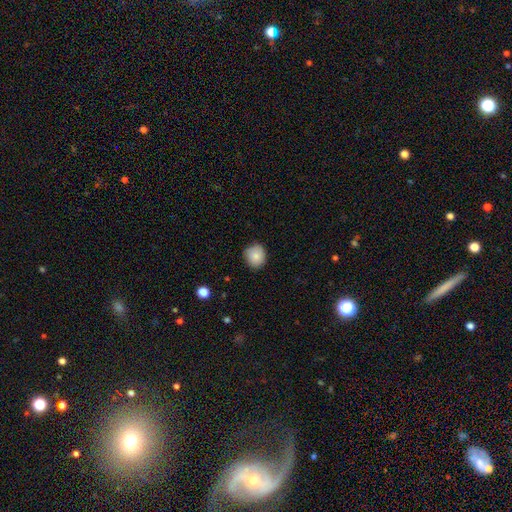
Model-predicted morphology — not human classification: Smooth or featured? Predicted: smooth (p=0.83). How rounded? Predicted: round (p=0.80). Merging? Predicted: none (p=0.81).